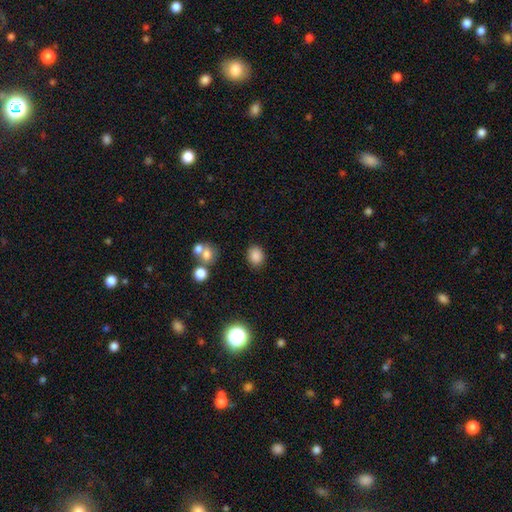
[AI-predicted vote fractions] smooth_or_featured: smooth (p=0.84) [alt: star or artifact p=0.11]
how_rounded: in between (p=0.51) [alt: round p=0.48]
merging: none (p=0.81) [alt: minor disturbance p=0.10]